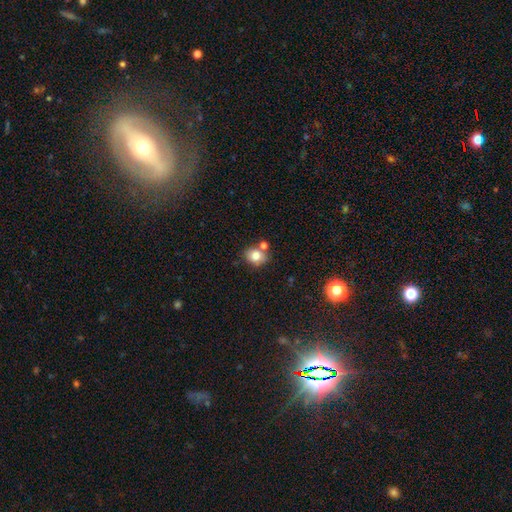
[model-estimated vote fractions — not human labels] The model was most divided on "how rounded": round: 62%, in between: 37%, cigar-shaped: 1%. More confident: smooth or featured — smooth (78%); merging — none (63%).